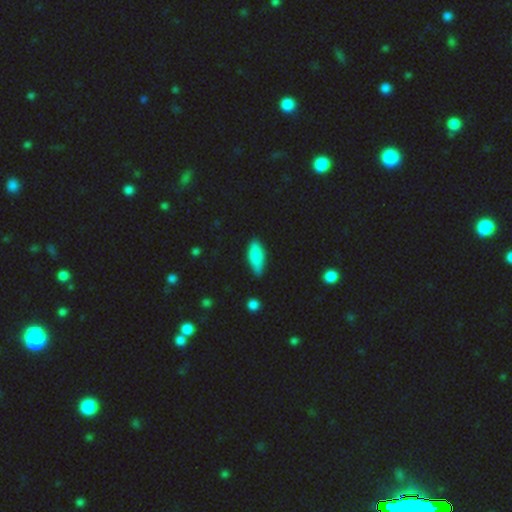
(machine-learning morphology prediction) A smooth galaxy with no disk features (84%) that is in between round and cigar-shaped (71%). Merging: none (71%).